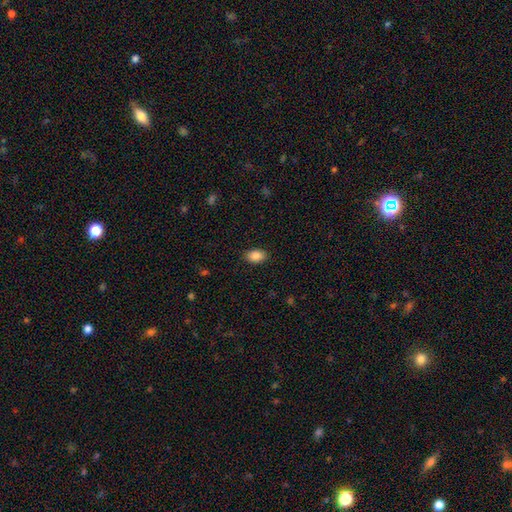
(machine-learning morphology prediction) Overall: smooth (87%). How rounded: in between (87%). Merging: none (88%).